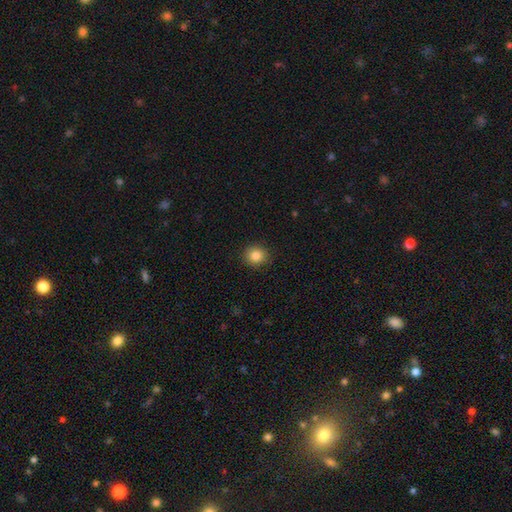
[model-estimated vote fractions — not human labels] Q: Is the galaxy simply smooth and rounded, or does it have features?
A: smooth — 84%.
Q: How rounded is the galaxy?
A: round — 89%.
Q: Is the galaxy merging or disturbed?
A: none — 91%.